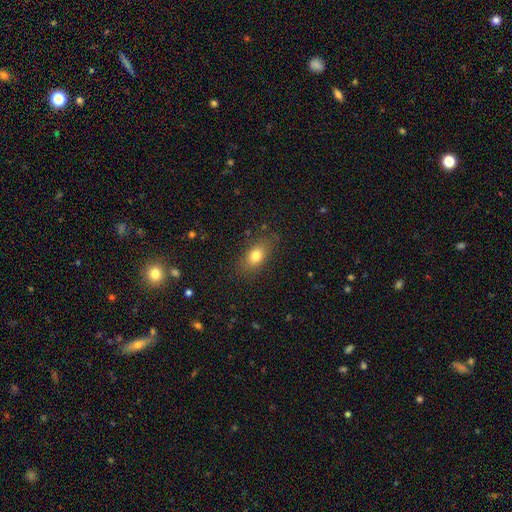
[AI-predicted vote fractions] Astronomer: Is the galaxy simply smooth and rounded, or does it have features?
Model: smooth — 79%.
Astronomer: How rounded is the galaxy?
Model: in between — 81%.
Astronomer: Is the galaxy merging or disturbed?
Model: none — 81%.